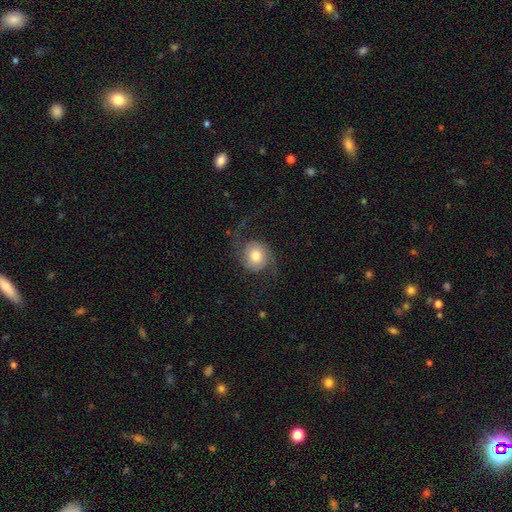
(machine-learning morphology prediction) Overall: featured or disk (69%). Edge-on disk: no (97%). Bar: no (71%). Spiral arms: yes (94%). Spiral arm count: 2 (91%). Spiral winding: loose (71%). Bulge size: moderate (59%; large 21%). Merging: none (65%).